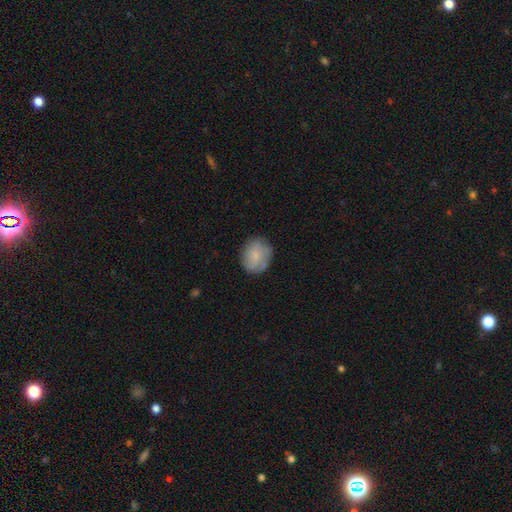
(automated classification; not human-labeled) The model was most divided on "how rounded": round: 69%, in between: 30%, cigar-shaped: 1%. More confident: merging — none (74%); smooth or featured — smooth (73%).